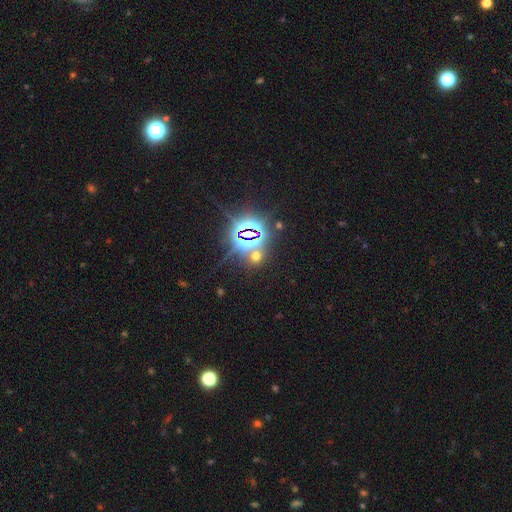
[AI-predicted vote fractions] Morphology: type=star or artifact (64%).